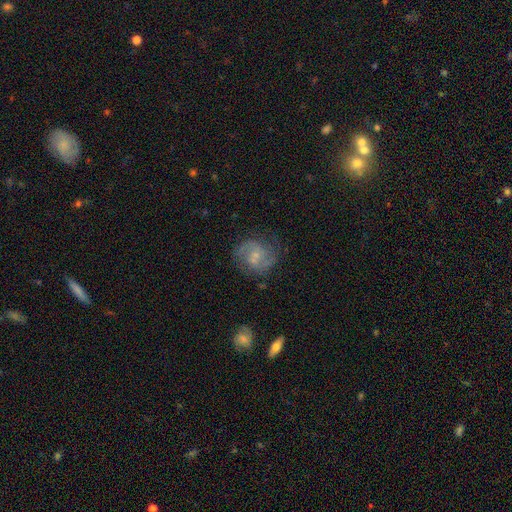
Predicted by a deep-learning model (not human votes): Smooth or featured? Predicted: featured or disk (p=0.69). Edge-on disk? Predicted: no (p=0.98). Bar? Predicted: no (p=0.52). Spiral arms? Predicted: yes (p=0.90). Spiral winding? Predicted: medium (p=0.50). Spiral arm count? Predicted: 2 (p=0.77). Bulge size? Predicted: small (p=0.65). Merging? Predicted: none (p=0.69).